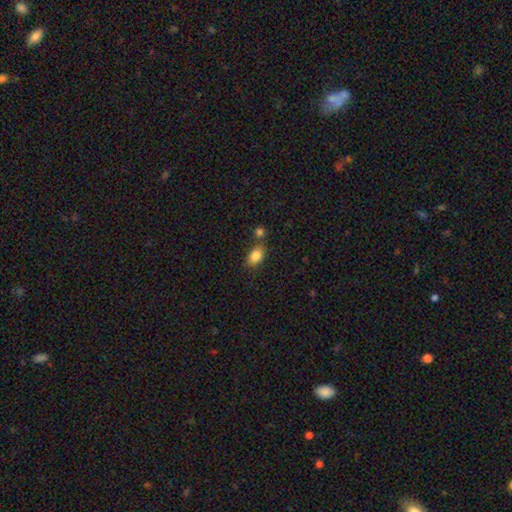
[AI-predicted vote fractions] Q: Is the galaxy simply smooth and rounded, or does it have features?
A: smooth — 84%.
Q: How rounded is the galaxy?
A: in between — 83%.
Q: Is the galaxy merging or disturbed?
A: none — 66%.